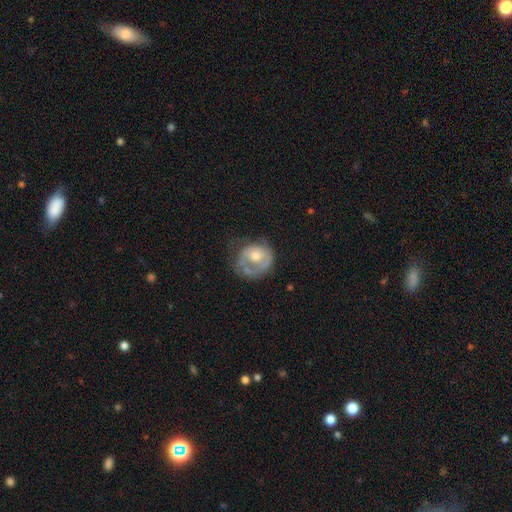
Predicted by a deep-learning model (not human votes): The model was most divided on "spiral arms" (2-way tie): no: 50%, yes: 50%. Remaining: edge-on disk — no (97%); bar — no (85%); bulge size — moderate (61%); smooth or featured — featured or disk (54%); merging — none (43%).